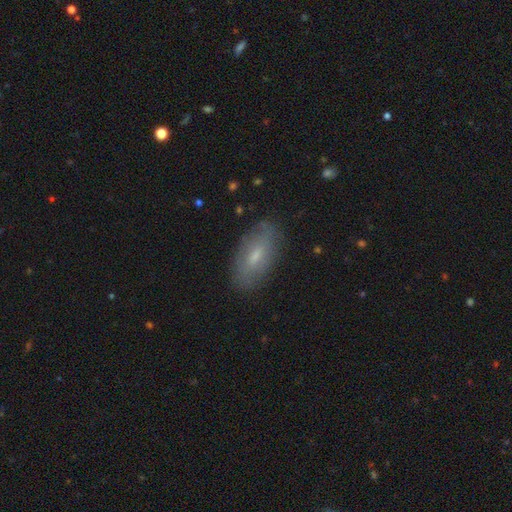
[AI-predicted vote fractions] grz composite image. It shows a smooth galaxy with no disk features (59%) that is in between round and cigar-shaped (81%). Merging: none (82%).